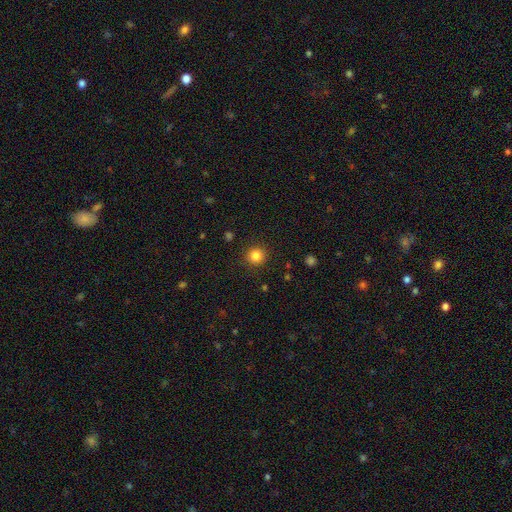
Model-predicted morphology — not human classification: smooth_or_featured: smooth (p=0.84) [alt: star or artifact p=0.12]
how_rounded: round (p=0.93) [alt: in between p=0.06]
merging: none (p=0.91) [alt: minor disturbance p=0.06]